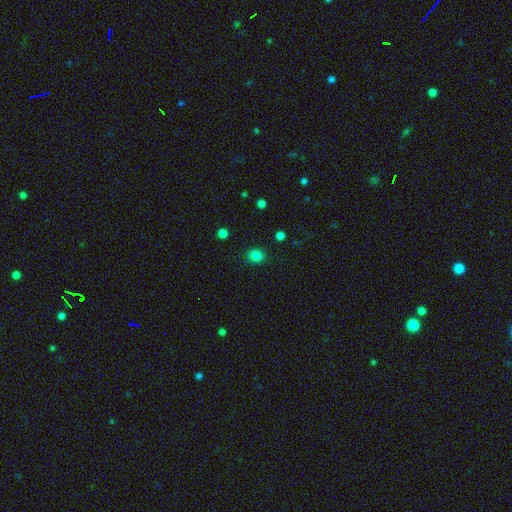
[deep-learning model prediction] A smooth galaxy with no disk features (83%) that is round (70%). Merging: none (88%).